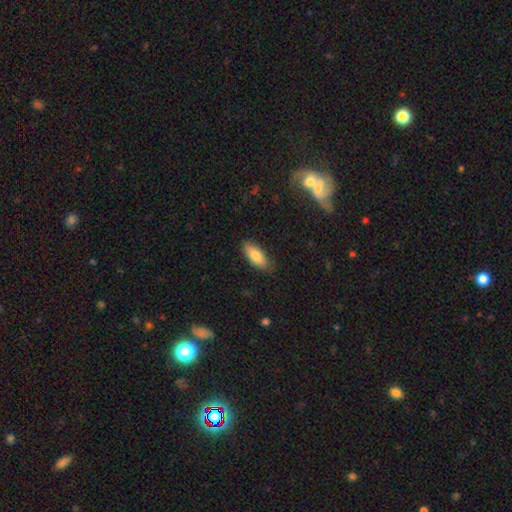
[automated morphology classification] Smooth or featured? smooth (82%)
How rounded? in between (80%)
Merging? none (82%)